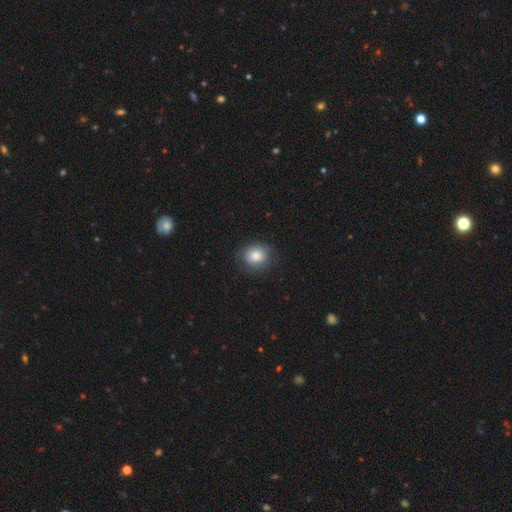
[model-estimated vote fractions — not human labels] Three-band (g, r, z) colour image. It shows a smooth galaxy with no disk features (81%) that is round (74%). Merging: none (81%).